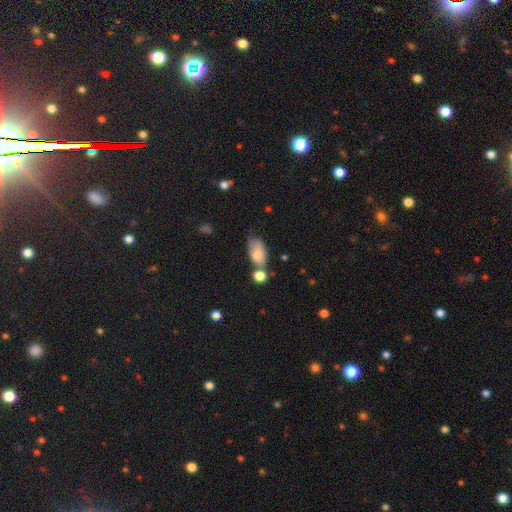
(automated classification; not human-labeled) Q: Smooth or featured?
A: smooth (78%); runner-up: featured or disk (14%)
Q: How rounded?
A: in between (91%); runner-up: round (6%)
Q: Merging?
A: none (41%); runner-up: minor disturbance (27%)